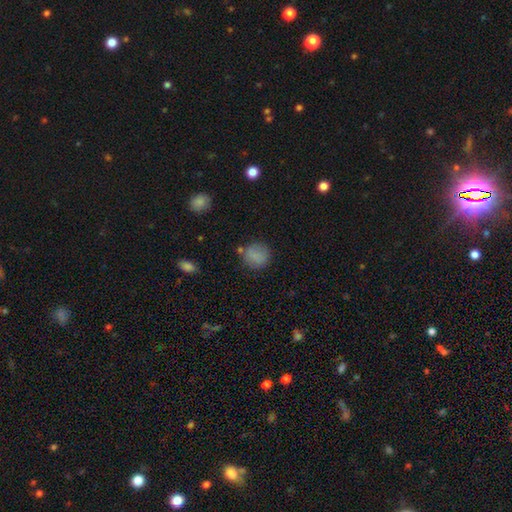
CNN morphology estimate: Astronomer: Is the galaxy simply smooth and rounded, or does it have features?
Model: smooth — 82%.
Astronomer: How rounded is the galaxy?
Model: round — 86%.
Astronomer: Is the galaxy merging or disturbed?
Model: none — 76%.